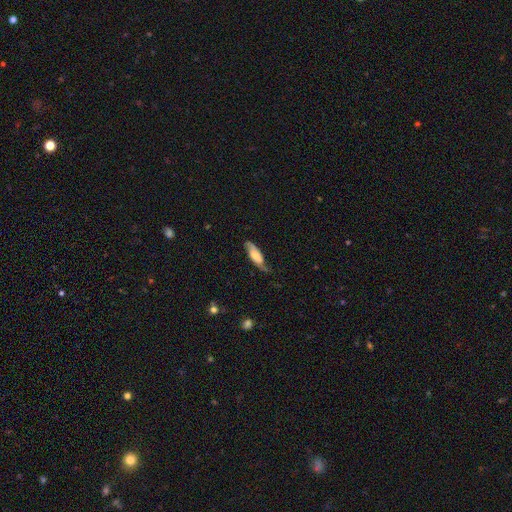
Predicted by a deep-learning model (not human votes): Smooth or featured?
  - featured or disk: 51% *
  - smooth: 42%
  - star or artifact: 7%
Edge-on disk?
  - no: 75% *
  - yes: 25%
Merging?
  - none: 56% *
  - minor disturbance: 29%
  - major disturbance: 12%
  - merger: 2%